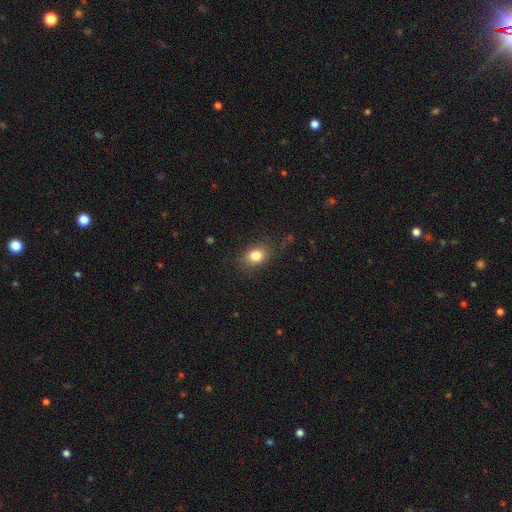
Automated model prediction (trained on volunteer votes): Smooth or featured?
  - smooth: 81% *
  - star or artifact: 10%
  - featured or disk: 8%
How rounded?
  - in between: 65% *
  - round: 34%
  - cigar-shaped: 1%
Merging?
  - none: 81% *
  - minor disturbance: 13%
  - major disturbance: 4%
  - merger: 1%